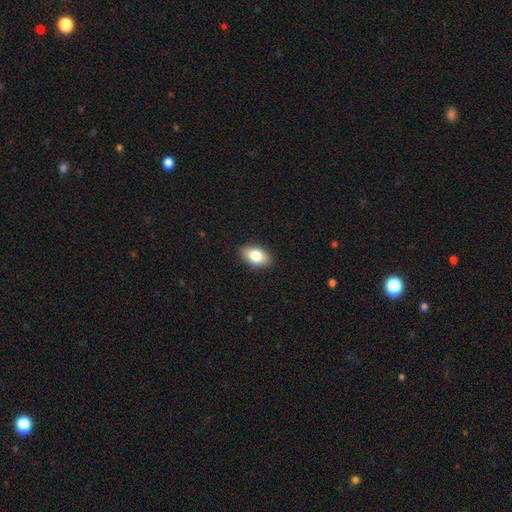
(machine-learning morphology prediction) type=smooth (81%); roundness=in between (91%); merging=none (90%).